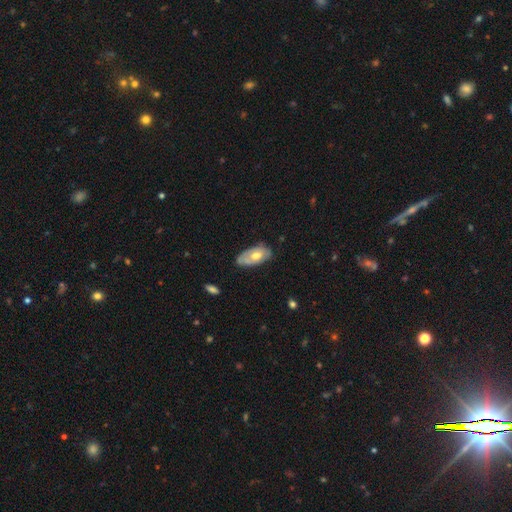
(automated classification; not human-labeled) A smooth galaxy with no disk features (48%). Merging: none (62%).